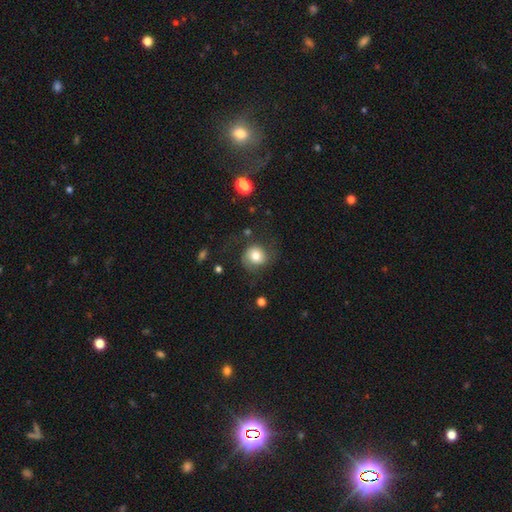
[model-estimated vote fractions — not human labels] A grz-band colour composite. It shows a smooth galaxy with no disk features (71%) that is round (79%). Merging: none (59%).